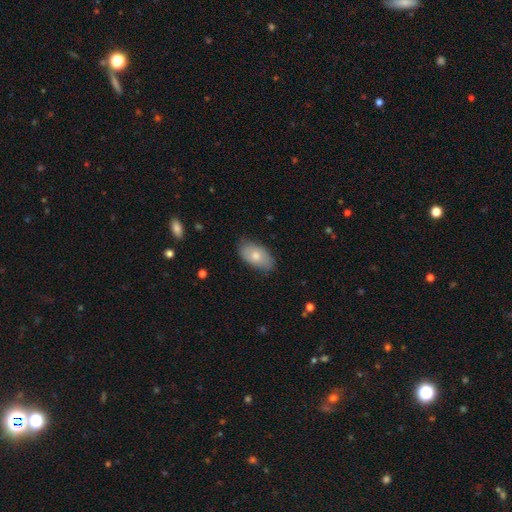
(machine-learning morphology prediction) smooth-or-featured: smooth: 74% | featured or disk: 20% | star or artifact: 6%
  how-rounded: in between: 94% | round: 4% | cigar-shaped: 2%
  merging: none: 77% | minor disturbance: 19% | major disturbance: 3% | merger: 1%